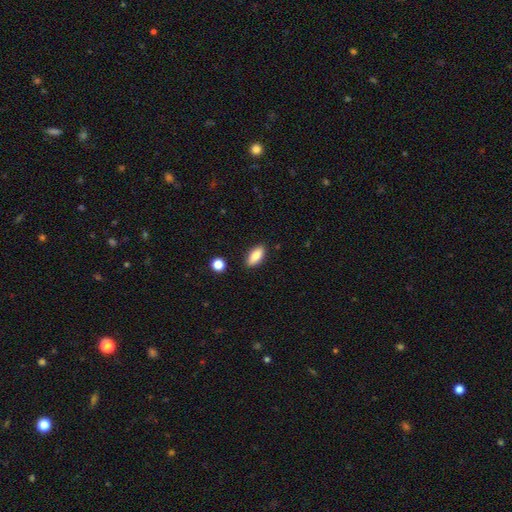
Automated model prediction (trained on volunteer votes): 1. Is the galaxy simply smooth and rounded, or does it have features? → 84% smooth, 9% featured or disk, 7% star or artifact.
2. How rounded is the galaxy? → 85% in between, 12% cigar-shaped, 3% round.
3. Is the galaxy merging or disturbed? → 87% none, 9% minor disturbance, 2% major disturbance, 2% merger.